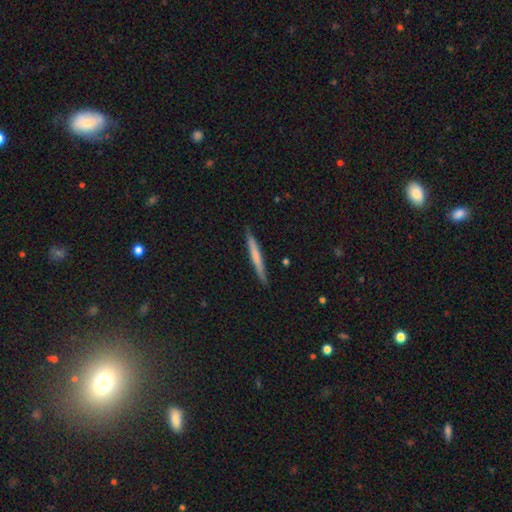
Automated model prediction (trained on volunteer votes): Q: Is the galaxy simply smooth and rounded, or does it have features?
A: smooth — 61%.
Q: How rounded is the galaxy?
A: cigar-shaped — 96%.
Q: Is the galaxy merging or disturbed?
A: none — 89%.